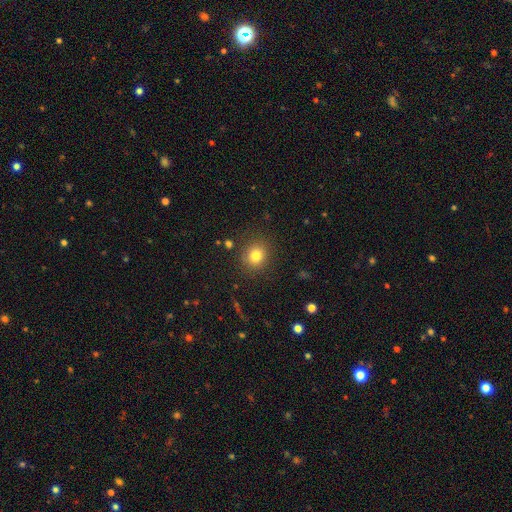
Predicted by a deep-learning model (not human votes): smooth 80%, star or artifact 13%, featured or disk 8%. Down the decision tree: how rounded — round (82%); merging — none (87%).